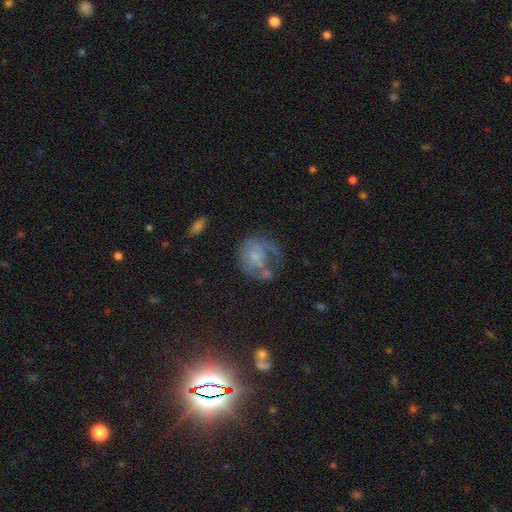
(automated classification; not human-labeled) Smooth or featured?
  - featured or disk: 53% *
  - smooth: 37%
  - star or artifact: 9%
Edge-on disk?
  - no: 98% *
  - yes: 2%
Bar?
  - no: 80% *
  - weak: 17%
  - strong: 3%
Spiral arms?
  - yes: 54% *
  - no: 46%
Bulge size?
  - small: 40% *
  - none: 30%
  - moderate: 24%
  - large: 5%
  - dominant: 2%
Merging?
  - none: 36% *
  - major disturbance: 34%
  - minor disturbance: 21%
  - merger: 10%